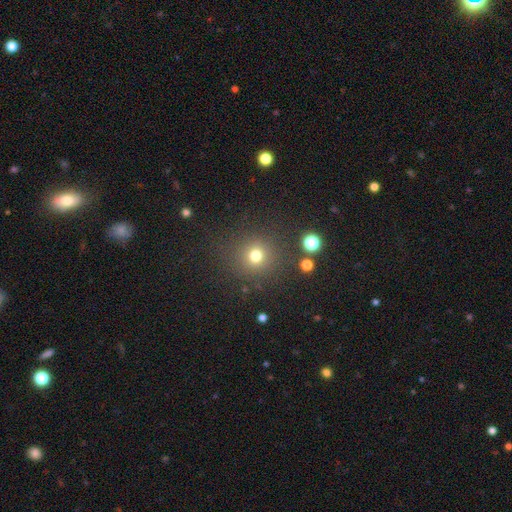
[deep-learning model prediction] Smooth or featured? smooth (74%)
How rounded? round (91%)
Merging? none (84%)